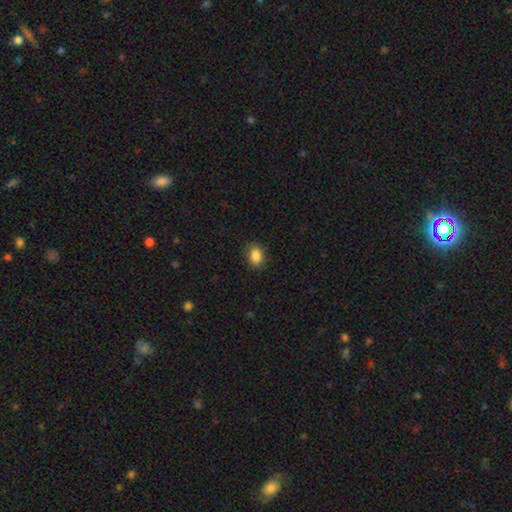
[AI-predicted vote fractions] Smooth or featured? Predicted: smooth (p=0.87). How rounded? Predicted: in between (p=0.67). Merging? Predicted: none (p=0.87).